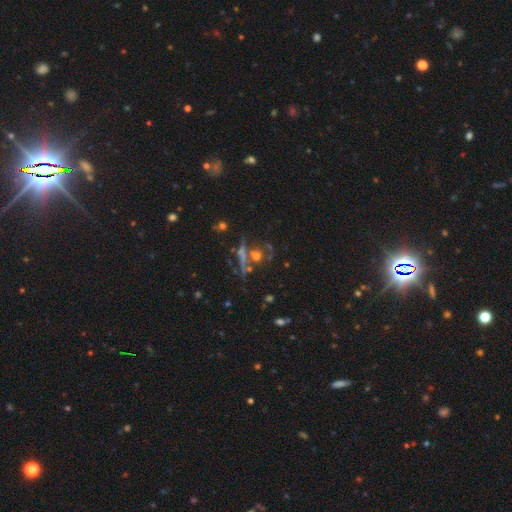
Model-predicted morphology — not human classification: type=star or artifact (36%).